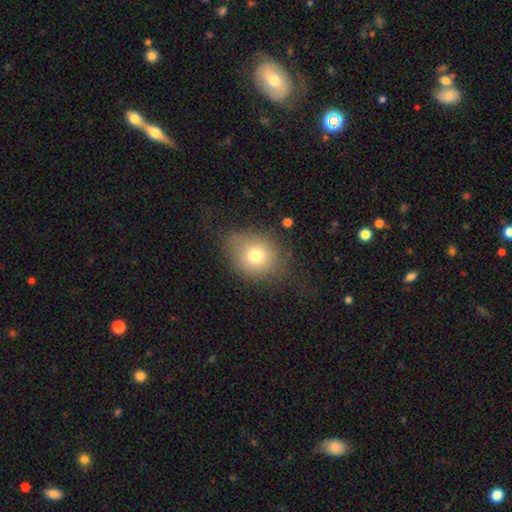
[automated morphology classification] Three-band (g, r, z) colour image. It shows a smooth galaxy with no disk features (74%) that is round (62%). Merging: none (62%).